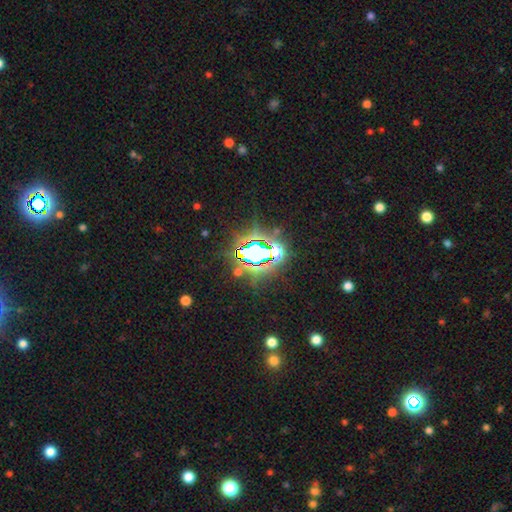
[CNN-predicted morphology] Smooth or featured? star or artifact (76%)